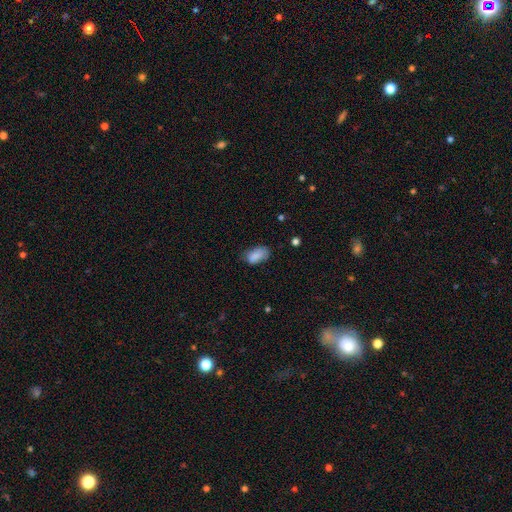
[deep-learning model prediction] Smooth or featured? Predicted: smooth (p=0.85). How rounded? Predicted: in between (p=0.92). Merging? Predicted: none (p=0.61).